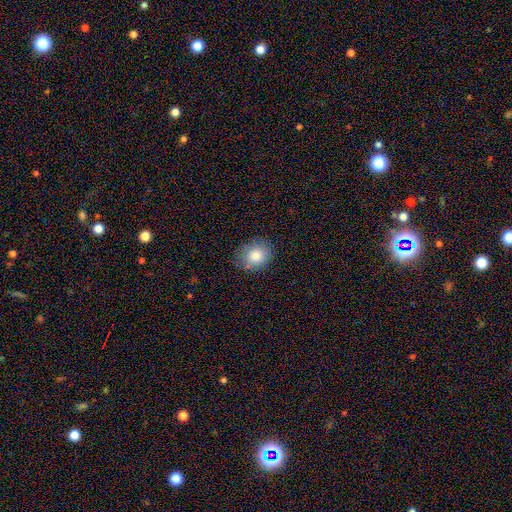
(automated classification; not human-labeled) This is clearly a smooth galaxy (81%). How rounded: likely round (62%). Merging: clearly none (82%).